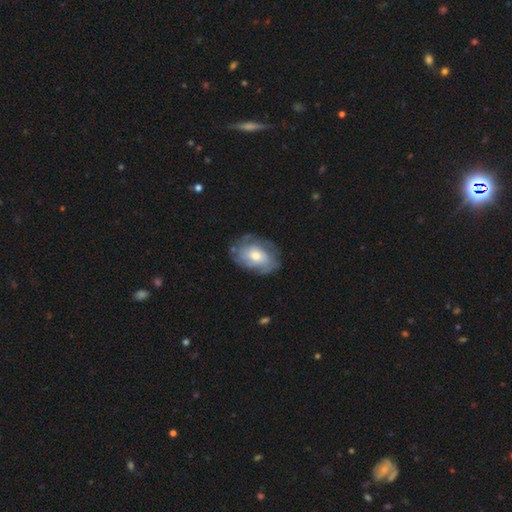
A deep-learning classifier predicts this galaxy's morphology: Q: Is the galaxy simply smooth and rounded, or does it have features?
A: featured or disk — 64%.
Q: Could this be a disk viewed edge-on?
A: no — 96%.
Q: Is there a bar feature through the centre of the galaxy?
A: no — 73%.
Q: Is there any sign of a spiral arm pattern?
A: yes — 78%.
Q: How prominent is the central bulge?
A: moderate — 63%.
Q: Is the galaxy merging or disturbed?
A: none — 72%.